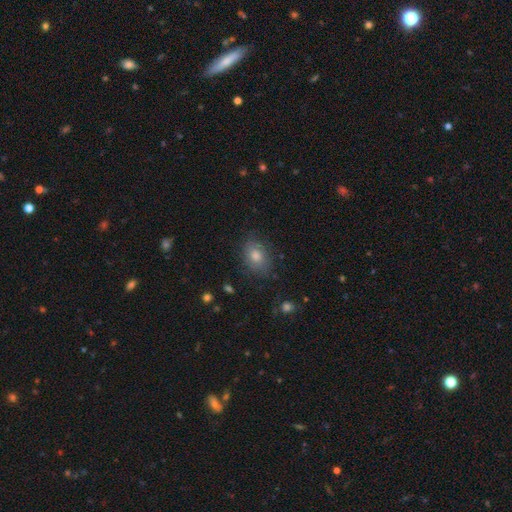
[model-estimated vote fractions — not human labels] smooth 69%, featured or disk 16%, star or artifact 16%. Down the decision tree: how rounded — in between (67%); merging — none (80%).